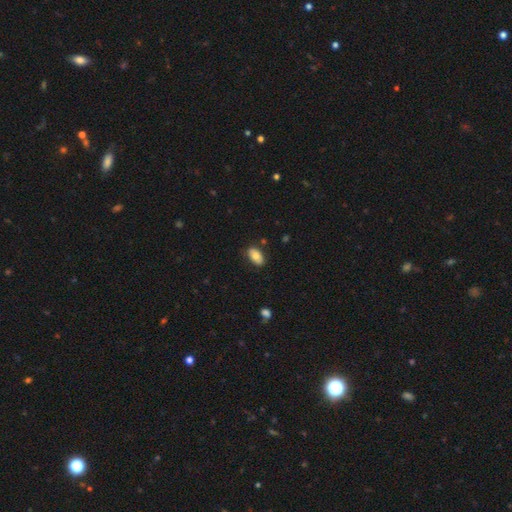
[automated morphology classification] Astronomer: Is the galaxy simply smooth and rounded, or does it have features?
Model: smooth — 75%.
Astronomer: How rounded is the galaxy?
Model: in between — 92%.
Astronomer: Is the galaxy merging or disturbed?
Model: none — 80%.